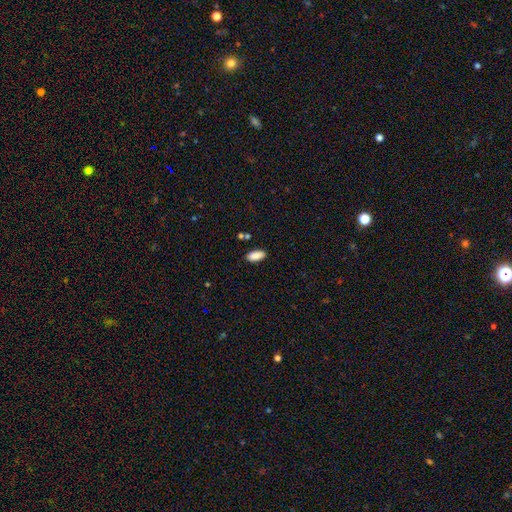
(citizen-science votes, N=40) Overall: smooth (85%). How rounded: in between (91%). Merging: none (86%).